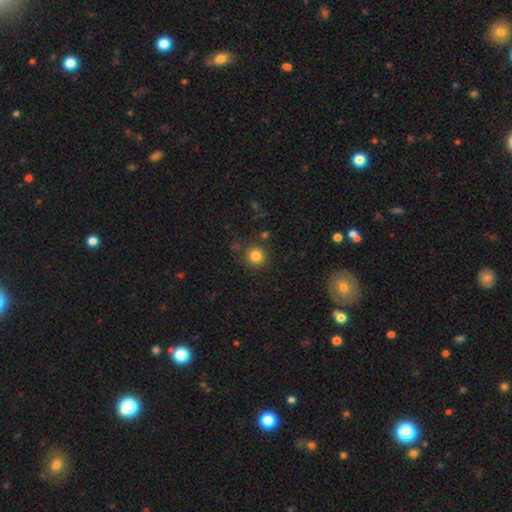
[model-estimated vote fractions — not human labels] Smooth or featured? smooth (83%)
How rounded? round (90%)
Merging? none (83%)